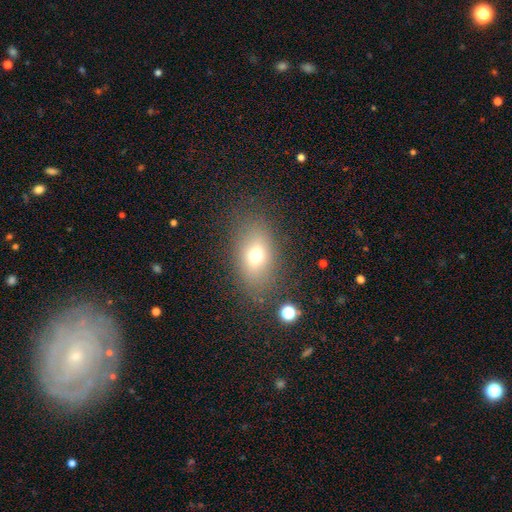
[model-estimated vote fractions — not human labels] A smooth galaxy with no disk features (68%) that is in between round and cigar-shaped (79%).

Vote fractions:
- Smooth or featured? smooth: 68% / featured or disk: 18% / star or artifact: 14%
- How rounded? in between: 79% / round: 18% / cigar-shaped: 3%
- Merging? none: 79% / minor disturbance: 12% / major disturbance: 7% / merger: 2%